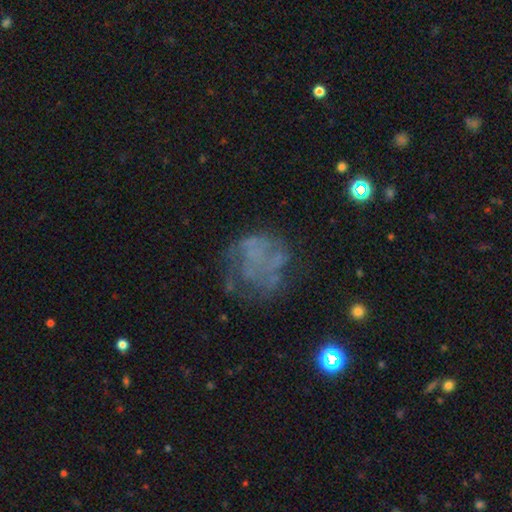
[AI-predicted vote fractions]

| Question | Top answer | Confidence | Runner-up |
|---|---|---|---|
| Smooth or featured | featured or disk | 58% | smooth (25%) |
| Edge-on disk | no | 98% | yes (2%) |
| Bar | no | 92% | weak (6%) |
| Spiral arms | no | 78% | yes (22%) |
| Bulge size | none | 83% | small (7%) |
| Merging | none | 50% | major disturbance (27%) |